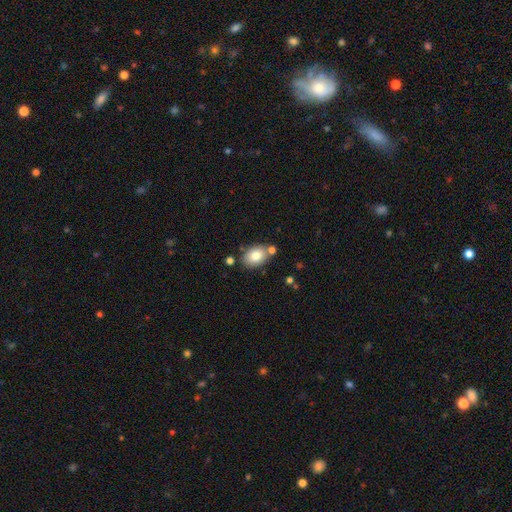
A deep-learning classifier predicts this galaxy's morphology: A smooth galaxy with no disk features (79%) that is in between round and cigar-shaped (81%).

Vote fractions:
- Smooth or featured? smooth: 79% / featured or disk: 13% / star or artifact: 8%
- How rounded? in between: 81% / round: 18% / cigar-shaped: 1%
- Merging? none: 72% / minor disturbance: 14% / merger: 11% / major disturbance: 3%